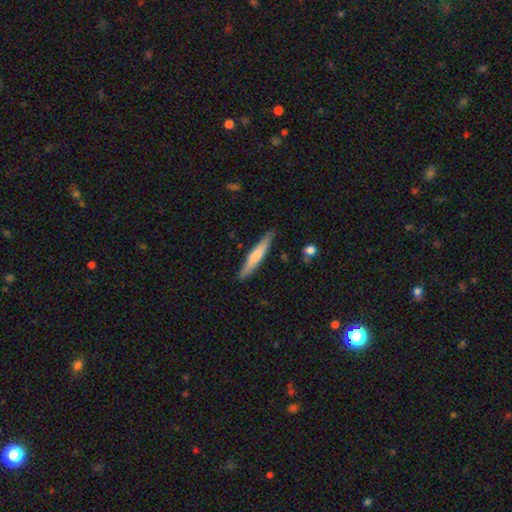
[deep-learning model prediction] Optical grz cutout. It shows a smooth galaxy with no disk features (59%) that is cigar-shaped (93%). Merging: none (86%).